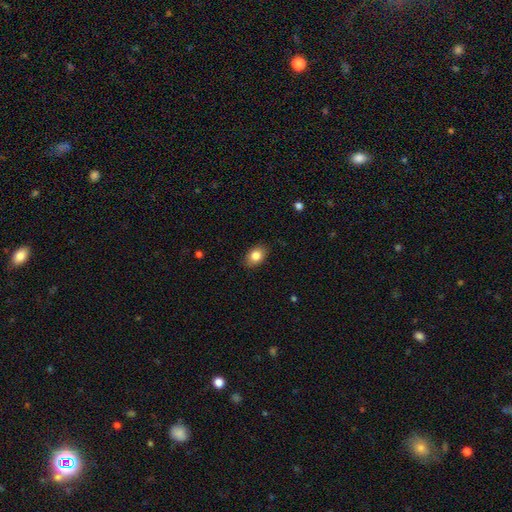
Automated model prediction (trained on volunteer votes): Morphology: type=smooth (84%); roundness=in between (80%); merging=none (86%).